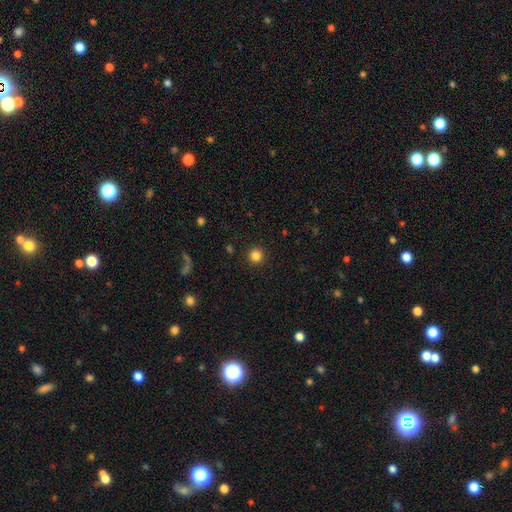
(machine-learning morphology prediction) A smooth galaxy with no disk features (84%) that is round (95%). Merging: none (93%).